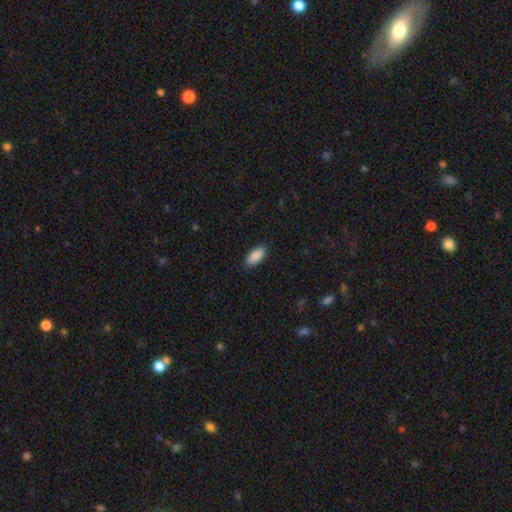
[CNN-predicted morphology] This is clearly a smooth galaxy (90%). How rounded: clearly in between (86%). Merging: clearly none (88%).